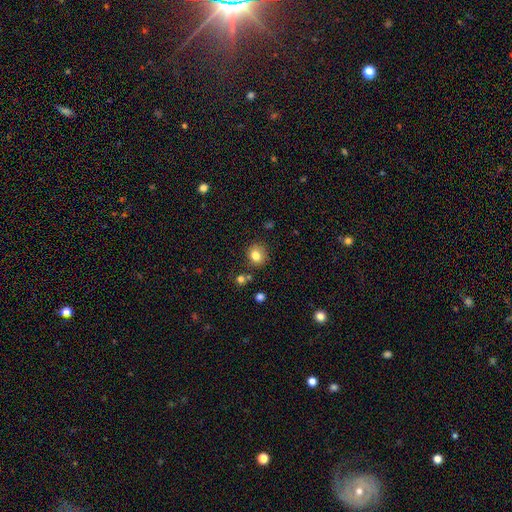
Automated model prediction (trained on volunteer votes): Overall: smooth (81%). How rounded: round (77%). Merging: none (81%).